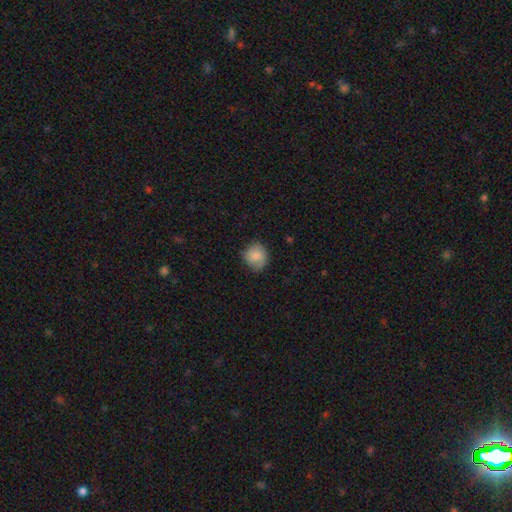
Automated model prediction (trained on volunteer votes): A smooth galaxy with no disk features (80%) that is round (84%). Merging: none (73%).